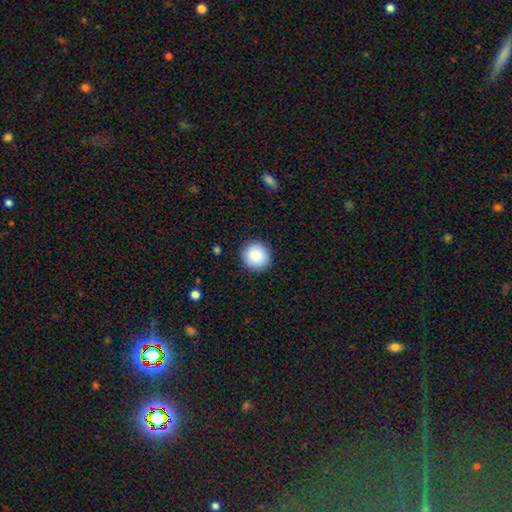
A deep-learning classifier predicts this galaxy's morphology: Smooth or featured? smooth (84%)
How rounded? round (94%)
Merging? none (91%)